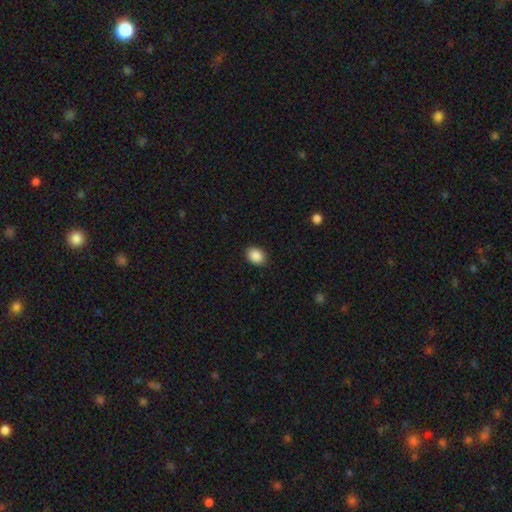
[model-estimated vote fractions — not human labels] Morphology: type=smooth (89%); roundness=in between (59%); merging=none (90%).